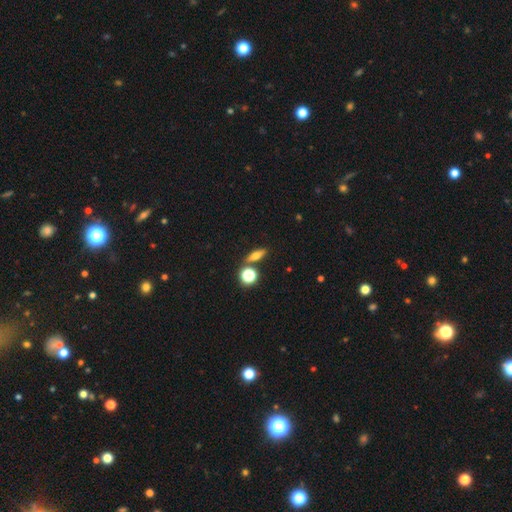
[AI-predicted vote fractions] smooth_or_featured: smooth (p=0.54) [alt: featured or disk p=0.32]
how_rounded: in between (p=0.43) [alt: cigar-shaped p=0.39]
merging: none (p=0.77) [alt: merger p=0.10]